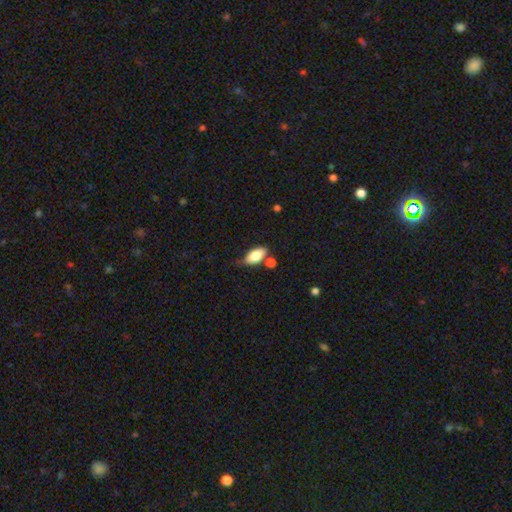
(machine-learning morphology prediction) This is clearly a smooth galaxy (81%). How rounded: clearly in between (91%). Merging: likely none (61%).